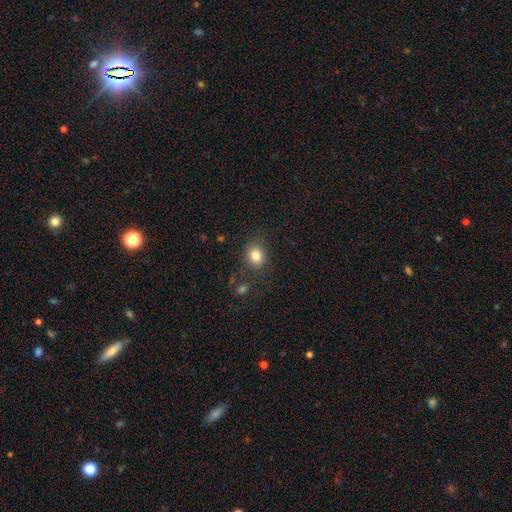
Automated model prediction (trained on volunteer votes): Q: Smooth or featured?
A: smooth (82%); runner-up: star or artifact (11%)
Q: How rounded?
A: round (53%); runner-up: in between (46%)
Q: Merging?
A: none (81%); runner-up: minor disturbance (11%)